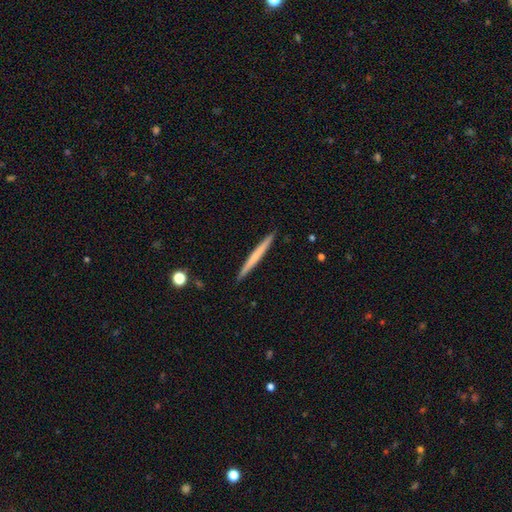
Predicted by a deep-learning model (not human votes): smooth_or_featured: smooth (p=0.56) [alt: featured or disk p=0.39]
how_rounded: cigar-shaped (p=0.97) [alt: in between p=0.02]
merging: none (p=0.93) [alt: minor disturbance p=0.05]